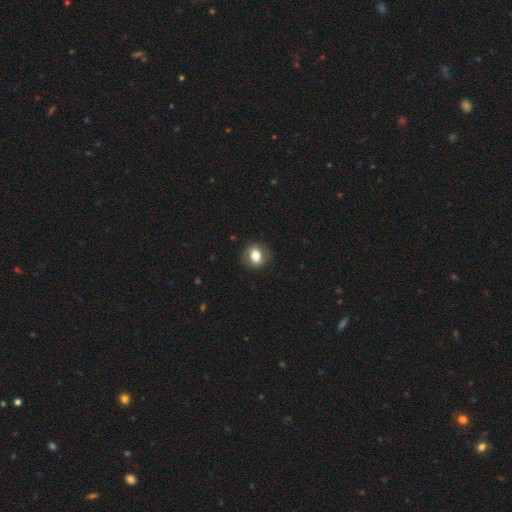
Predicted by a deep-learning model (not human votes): A smooth galaxy with no disk features (74%) that is in between round and cigar-shaped (50%).

Vote fractions:
- Smooth or featured? smooth: 74% / featured or disk: 17% / star or artifact: 9%
- How rounded? in between: 50% / round: 49% / cigar-shaped: 1%
- Merging? none: 84% / minor disturbance: 11% / major disturbance: 4% / merger: 1%